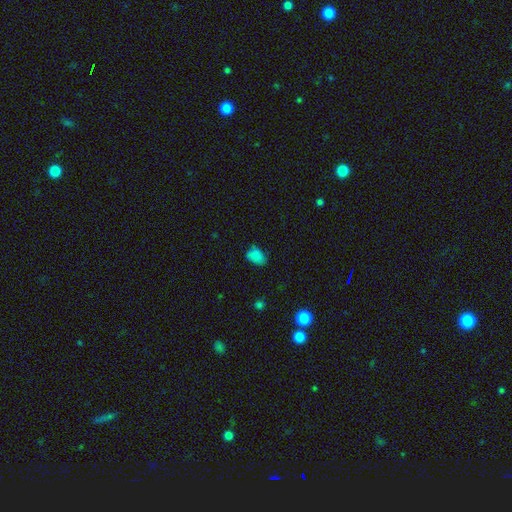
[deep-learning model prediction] This is clearly a smooth galaxy (81%). How rounded: clearly in between (86%). Merging: likely none (65%).